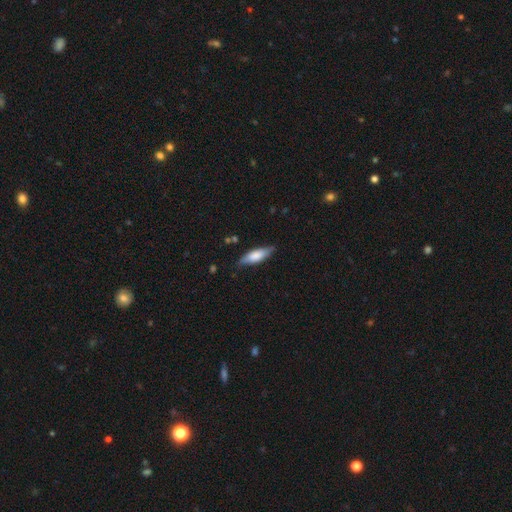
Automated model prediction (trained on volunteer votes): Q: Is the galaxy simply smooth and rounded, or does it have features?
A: smooth — 68%.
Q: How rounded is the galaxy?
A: in between — 54%.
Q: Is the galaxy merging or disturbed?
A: none — 76%.